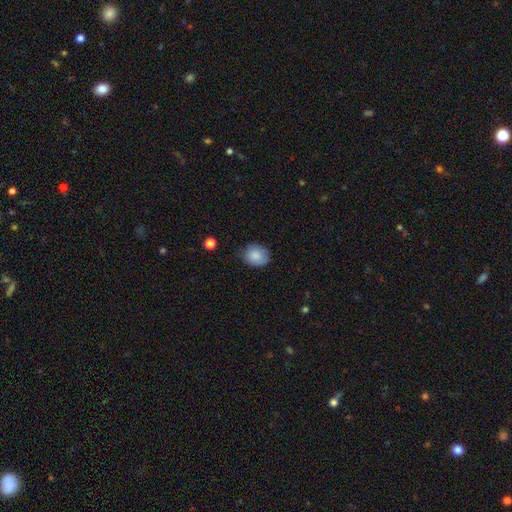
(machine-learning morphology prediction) The model was most divided on "how rounded": round: 59%, in between: 40%, cigar-shaped: 1%. More confident: smooth or featured — smooth (86%); merging — none (73%).